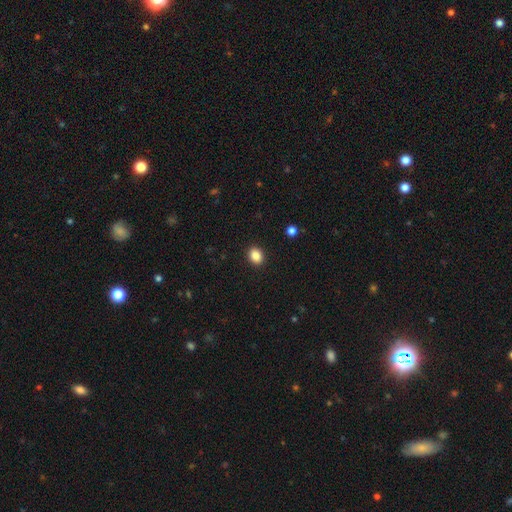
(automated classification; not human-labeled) Smooth or featured: smooth — 86% (star or artifact — 10%)
How rounded: round — 50% (in between — 49%)
Merging: none — 91% (minor disturbance — 6%)